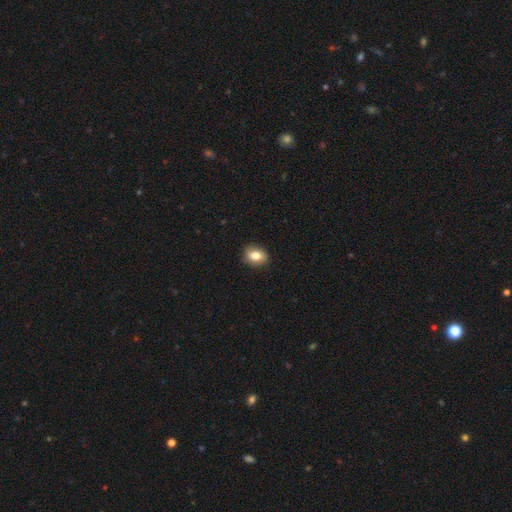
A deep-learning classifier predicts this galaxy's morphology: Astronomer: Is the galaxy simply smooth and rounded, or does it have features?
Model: smooth — 81%.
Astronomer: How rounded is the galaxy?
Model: in between — 66%.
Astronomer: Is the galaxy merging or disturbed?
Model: none — 87%.